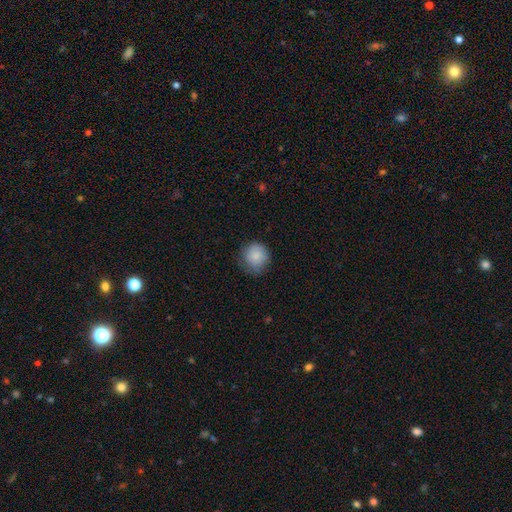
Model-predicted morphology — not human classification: This appears to be a smooth galaxy with no disk features (84%) that is round (89%). Merging: none (70%).